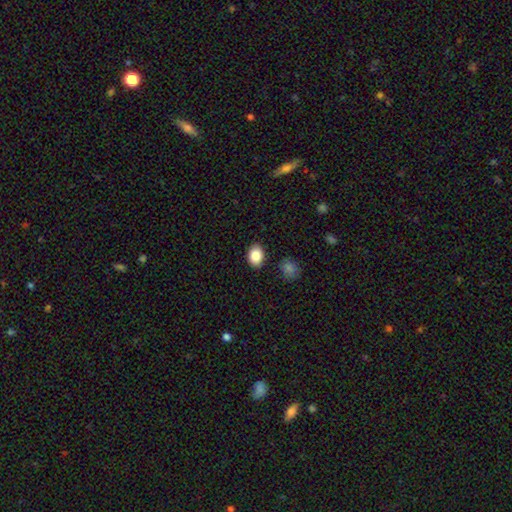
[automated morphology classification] The model was most divided on "how rounded": in between: 76%, round: 23%, cigar-shaped: 1%. More confident: merging — none (86%); smooth or featured — smooth (86%).